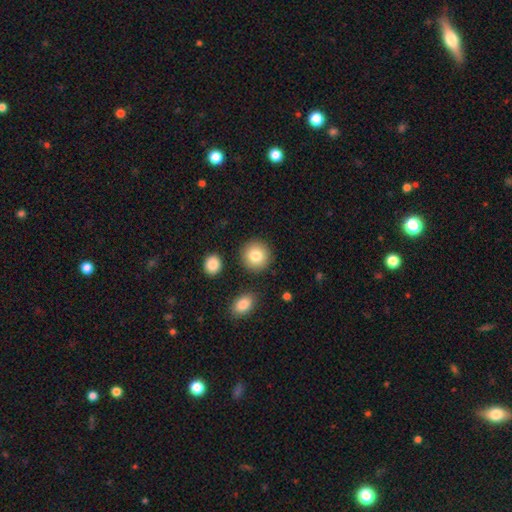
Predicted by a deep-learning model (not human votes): Smooth or featured? smooth (82%)
How rounded? round (92%)
Merging? none (87%)